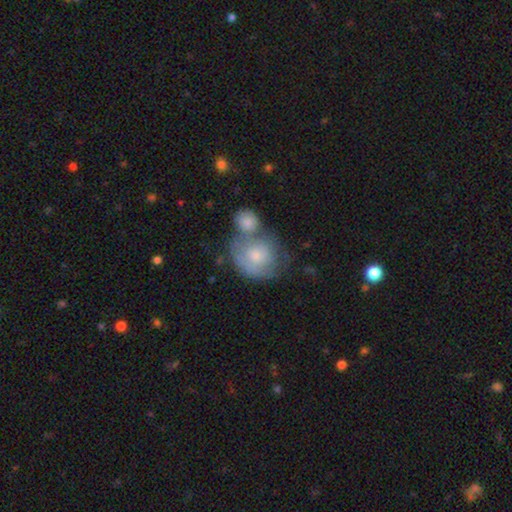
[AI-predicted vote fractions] Smooth or featured?
  - smooth: 60% *
  - featured or disk: 33%
  - star or artifact: 7%
How rounded?
  - round: 79% *
  - in between: 20%
  - cigar-shaped: 1%
Merging?
  - merger: 45% *
  - none: 30%
  - minor disturbance: 15%
  - major disturbance: 9%